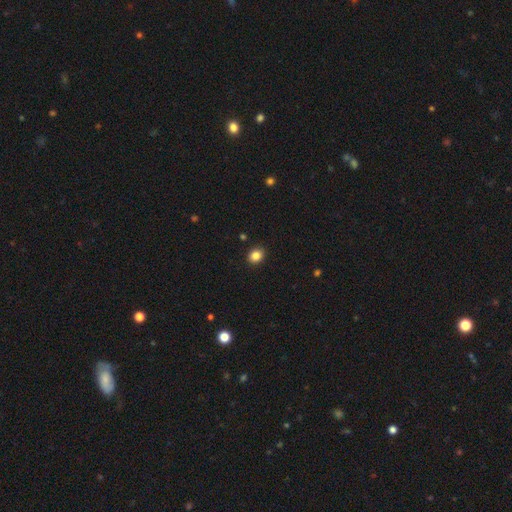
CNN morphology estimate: This appears to be a smooth galaxy with no disk features (86%) that is round (60%). Merging: none (91%).